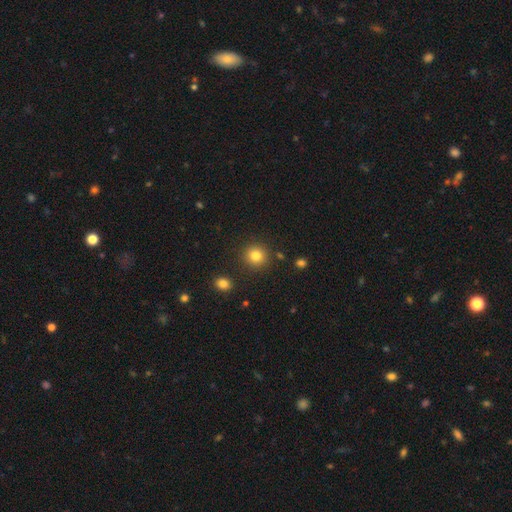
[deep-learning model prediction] Overall: smooth (82%). How rounded: round (92%). Merging: none (89%).